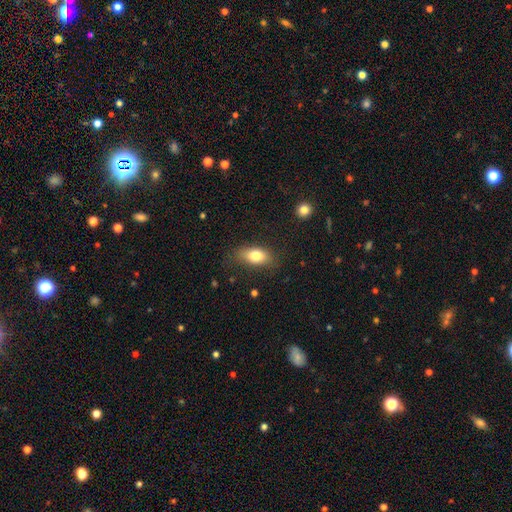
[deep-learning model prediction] smooth 78%, featured or disk 14%, star or artifact 8%. Down the decision tree: how rounded — in between (85%); merging — none (75%).